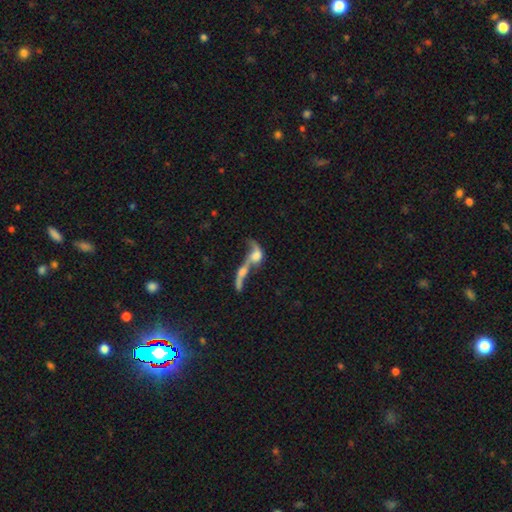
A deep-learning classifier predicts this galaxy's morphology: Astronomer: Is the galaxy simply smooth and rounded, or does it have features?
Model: featured or disk — 50% (runner-up: smooth, 38%).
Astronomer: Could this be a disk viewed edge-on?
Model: no — 86%.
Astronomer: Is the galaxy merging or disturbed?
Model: merger — 76%.